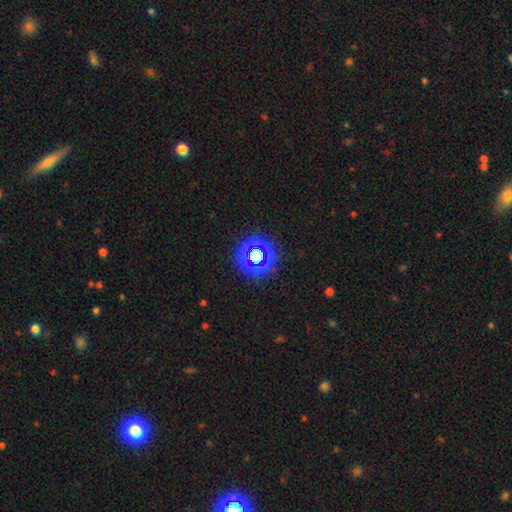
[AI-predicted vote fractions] Overall: star or artifact (66%).